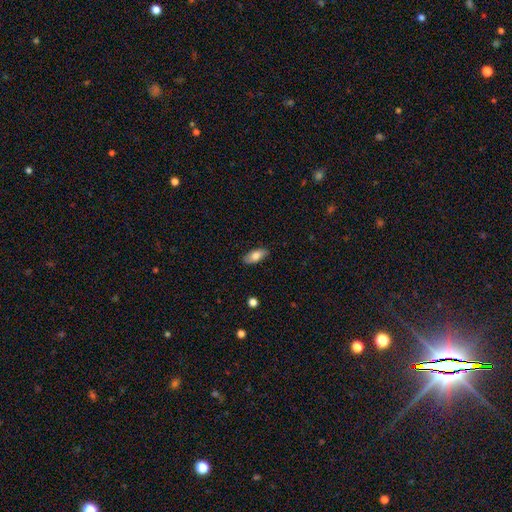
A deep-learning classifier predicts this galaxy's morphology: Q: Smooth or featured?
A: smooth (79%); runner-up: featured or disk (15%)
Q: How rounded?
A: in between (86%); runner-up: cigar-shaped (11%)
Q: Merging?
A: none (85%); runner-up: minor disturbance (11%)